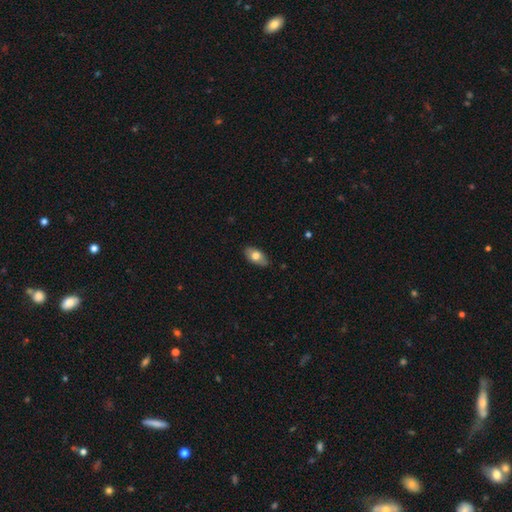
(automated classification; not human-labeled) Smooth or featured? Predicted: smooth (p=0.73). How rounded? Predicted: in between (p=0.91). Merging? Predicted: none (p=0.83).